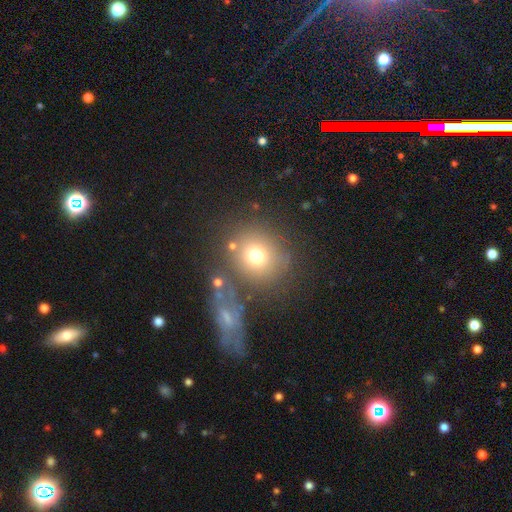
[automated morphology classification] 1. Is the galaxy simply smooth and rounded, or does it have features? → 71% smooth, 16% featured or disk, 14% star or artifact.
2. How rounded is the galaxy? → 84% round, 15% in between, 1% cigar-shaped.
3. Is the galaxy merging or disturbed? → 66% none, 13% merger, 12% minor disturbance, 8% major disturbance.